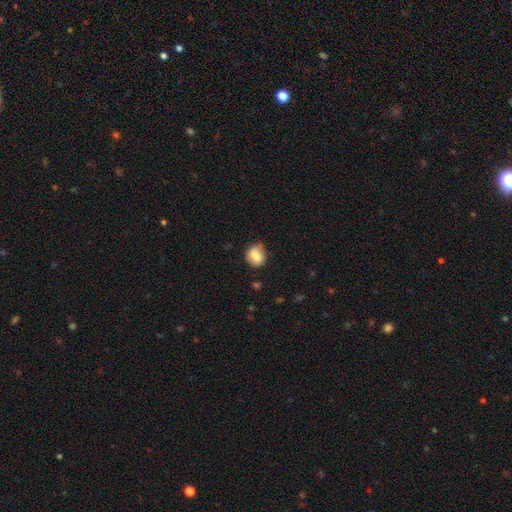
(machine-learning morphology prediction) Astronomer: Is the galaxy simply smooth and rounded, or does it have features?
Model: smooth — 78%.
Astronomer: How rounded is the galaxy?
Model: round — 58% (runner-up: in between, 41%).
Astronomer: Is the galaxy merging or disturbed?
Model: none — 65%.